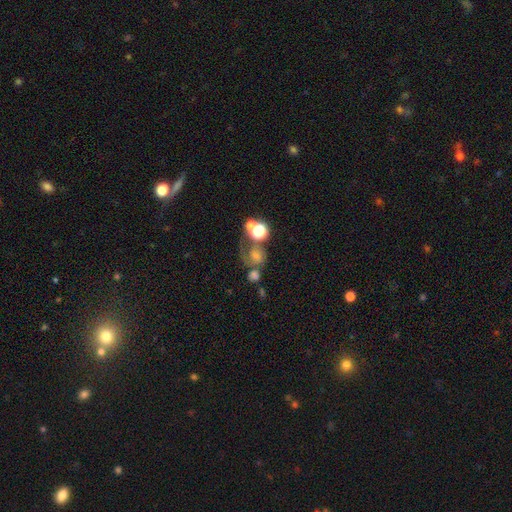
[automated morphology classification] Smooth or featured? Predicted: smooth (p=0.41). Merging? Predicted: none (p=0.36).